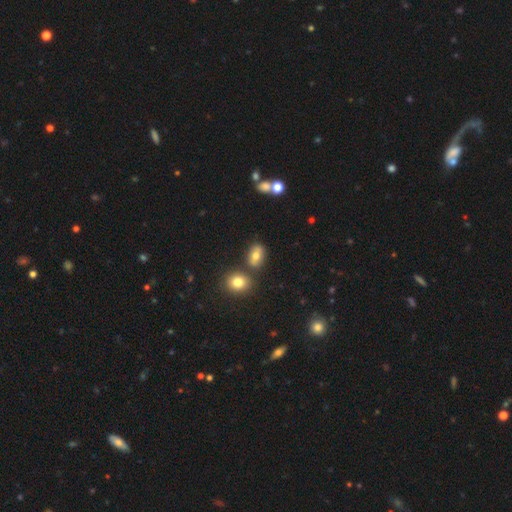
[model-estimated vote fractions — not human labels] A smooth galaxy with no disk features (71%) that is in between round and cigar-shaped (75%). Merging: none (71%).